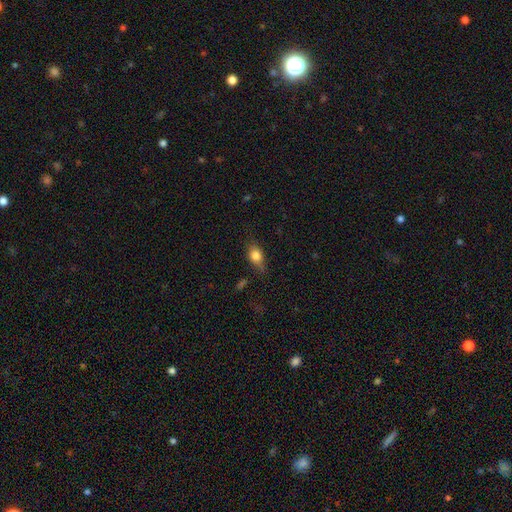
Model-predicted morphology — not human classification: A smooth galaxy with no disk features (78%) that is in between round and cigar-shaped (73%). Merging: none (66%).